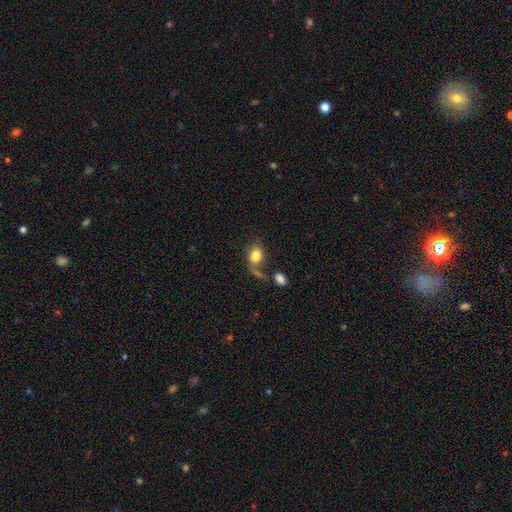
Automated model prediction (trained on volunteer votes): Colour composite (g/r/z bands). It shows a smooth galaxy with no disk features (80%) that is in between round and cigar-shaped (62%). Merging: none (42%).